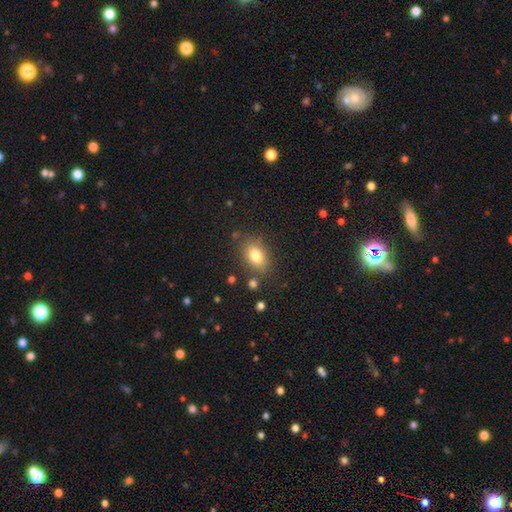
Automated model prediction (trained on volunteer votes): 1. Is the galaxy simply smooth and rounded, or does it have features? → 80% smooth, 10% featured or disk, 10% star or artifact.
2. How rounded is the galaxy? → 79% in between, 19% round, 2% cigar-shaped.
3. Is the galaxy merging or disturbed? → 78% none, 14% minor disturbance, 4% major disturbance, 4% merger.